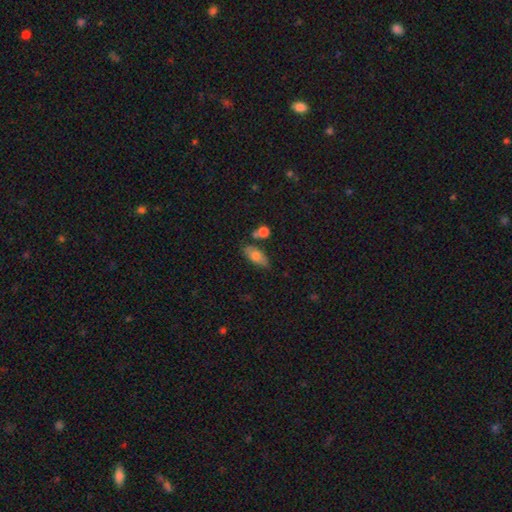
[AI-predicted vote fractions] Smooth or featured: smooth — 72% (featured or disk — 21%)
How rounded: in between — 85% (cigar-shaped — 12%)
Merging: none — 67% (minor disturbance — 18%)